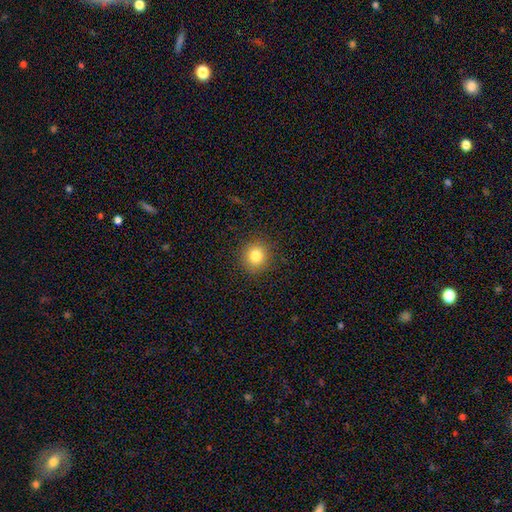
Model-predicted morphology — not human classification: A smooth galaxy with no disk features (82%) that is round (90%). Merging: none (90%).